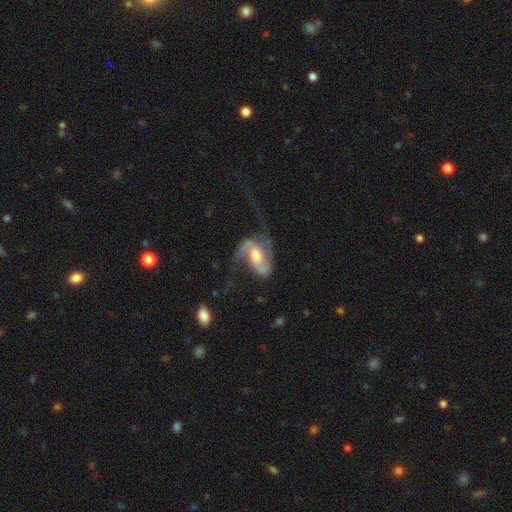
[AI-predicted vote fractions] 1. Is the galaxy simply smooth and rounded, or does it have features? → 86% featured or disk, 9% smooth, 5% star or artifact.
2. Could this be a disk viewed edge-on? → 96% no, 4% yes.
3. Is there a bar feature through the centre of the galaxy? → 42% weak, 33% no, 25% strong.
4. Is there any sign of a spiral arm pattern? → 95% yes, 5% no.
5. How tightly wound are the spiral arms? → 50% loose, 38% medium, 12% tight.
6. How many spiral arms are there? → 84% 2, 4% can't tell, 4% 1, 4% 3, 1% 4, 1% more than 4.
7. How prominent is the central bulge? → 64% moderate, 23% small, 9% large, 2% none, 1% dominant.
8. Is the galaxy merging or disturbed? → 46% none, 33% major disturbance, 19% minor disturbance, 3% merger.